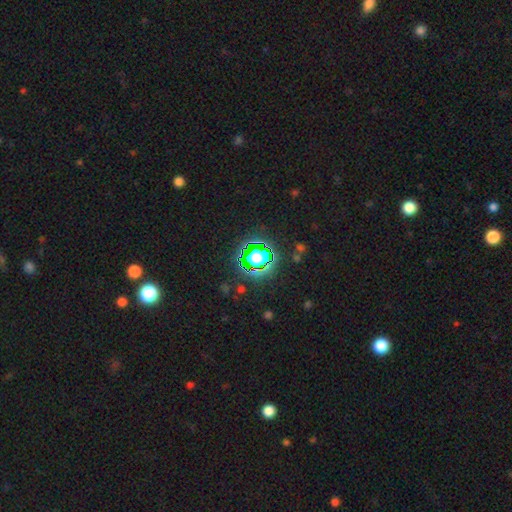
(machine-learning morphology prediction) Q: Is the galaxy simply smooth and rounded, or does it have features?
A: star or artifact — 79%.